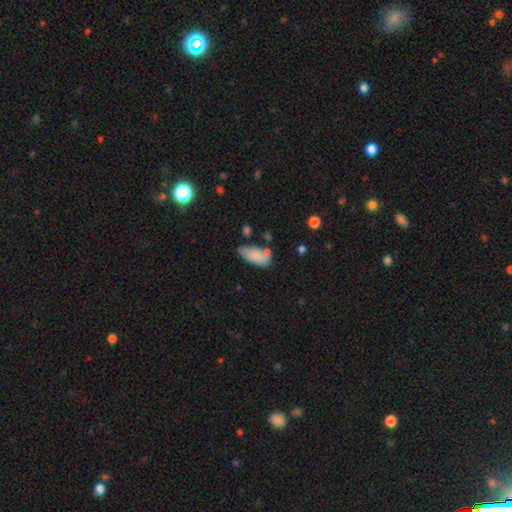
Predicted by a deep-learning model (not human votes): The model was most divided on "merging": none: 43%, minor disturbance: 35%, merger: 11%, major disturbance: 11%. More confident: how rounded — in between (90%); smooth or featured — smooth (79%).